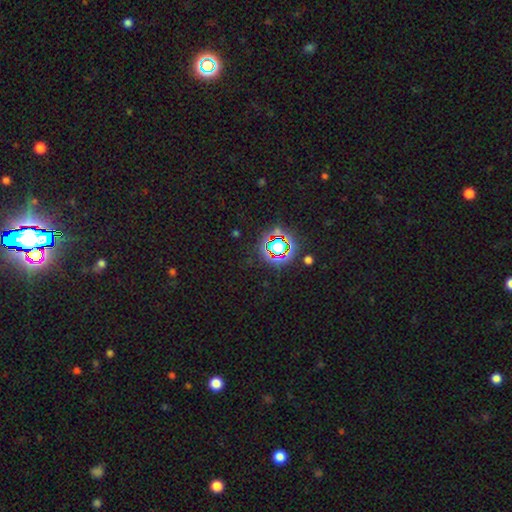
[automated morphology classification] A star or artifact, not a galaxy (78%).